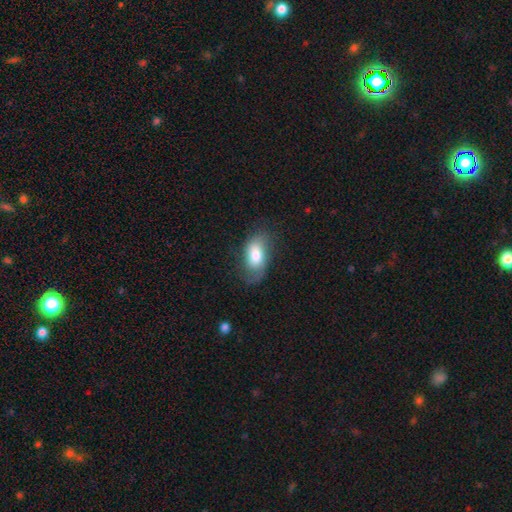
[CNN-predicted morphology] Smooth or featured? Predicted: smooth (p=0.65). How rounded? Predicted: in between (p=0.91). Merging? Predicted: none (p=0.58).